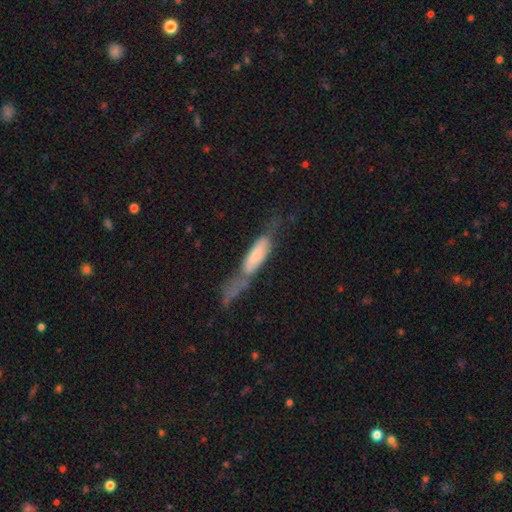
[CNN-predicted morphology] Smooth or featured? Predicted: smooth (p=0.58). How rounded? Predicted: cigar-shaped (p=0.62). Merging? Predicted: major disturbance (p=0.33).